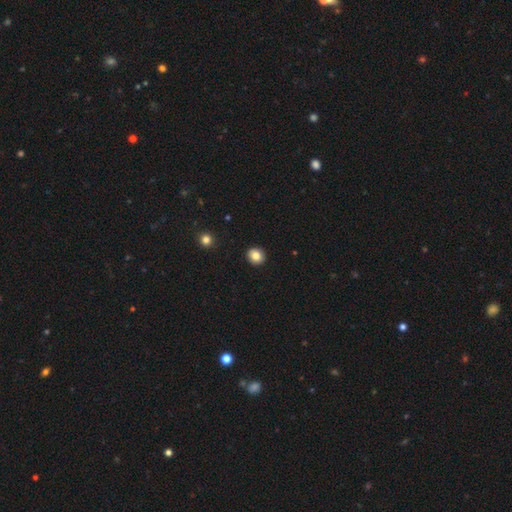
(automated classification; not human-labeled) The model was most divided on "how rounded": round: 84%, in between: 15%, cigar-shaped: 1%. More confident: merging — none (93%); smooth or featured — smooth (83%).